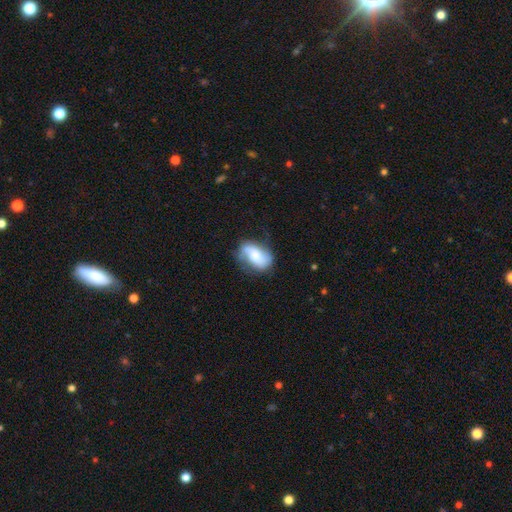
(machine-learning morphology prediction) This is possibly a featured or disk galaxy (47%). Merging: possibly none (56%).